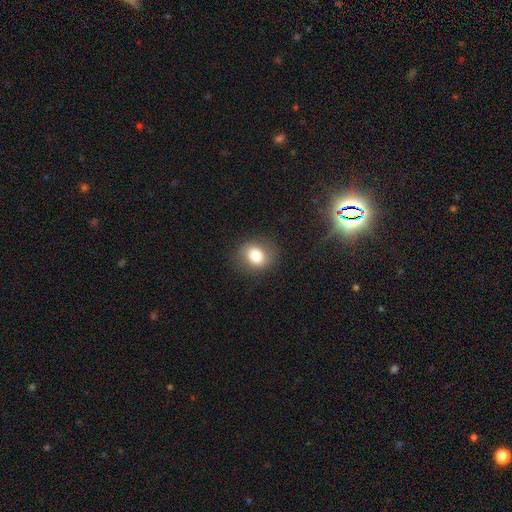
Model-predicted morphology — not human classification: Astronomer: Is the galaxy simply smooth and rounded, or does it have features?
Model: smooth — 77%.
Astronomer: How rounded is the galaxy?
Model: round — 59% (runner-up: in between, 40%).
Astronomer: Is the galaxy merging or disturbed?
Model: none — 81%.